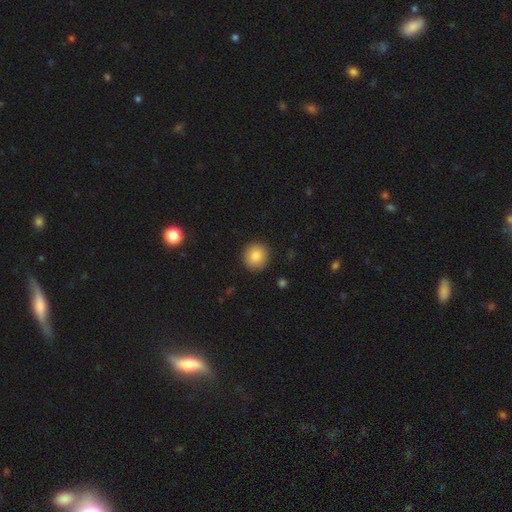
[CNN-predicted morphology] A smooth galaxy with no disk features (83%) that is round (92%).

Vote fractions:
- Smooth or featured? smooth: 83% / star or artifact: 9% / featured or disk: 8%
- How rounded? round: 92% / in between: 7% / cigar-shaped: 1%
- Merging? none: 91% / minor disturbance: 6% / major disturbance: 2% / merger: 1%